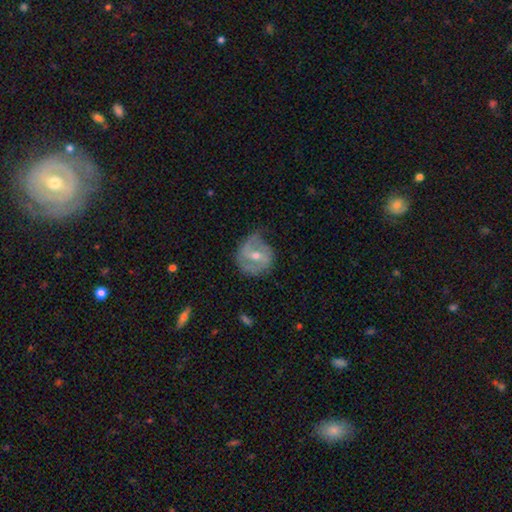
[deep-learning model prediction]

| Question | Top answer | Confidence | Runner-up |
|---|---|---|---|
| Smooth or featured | featured or disk | 74% | smooth (20%) |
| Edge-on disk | no | 96% | yes (4%) |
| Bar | weak | 46% | strong (30%) |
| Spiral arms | yes | 81% | no (19%) |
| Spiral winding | medium | 42% | tight (37%) |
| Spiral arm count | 2 | 70% | can't tell (16%) |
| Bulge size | moderate | 59% | small (38%) |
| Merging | none | 62% | minor disturbance (27%) |